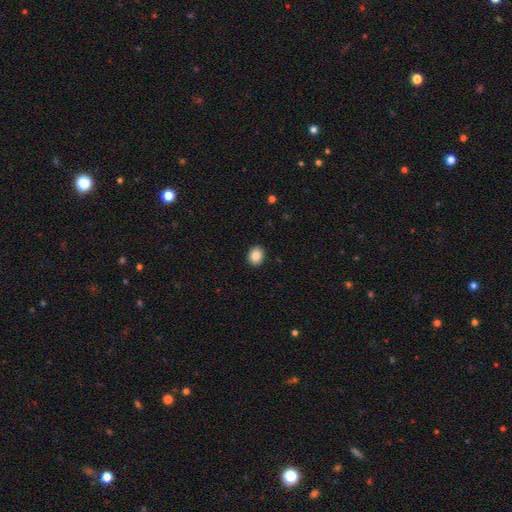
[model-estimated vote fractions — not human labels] Q: Smooth or featured?
A: smooth (86%); runner-up: star or artifact (9%)
Q: How rounded?
A: round (58%); runner-up: in between (41%)
Q: Merging?
A: none (92%); runner-up: minor disturbance (6%)